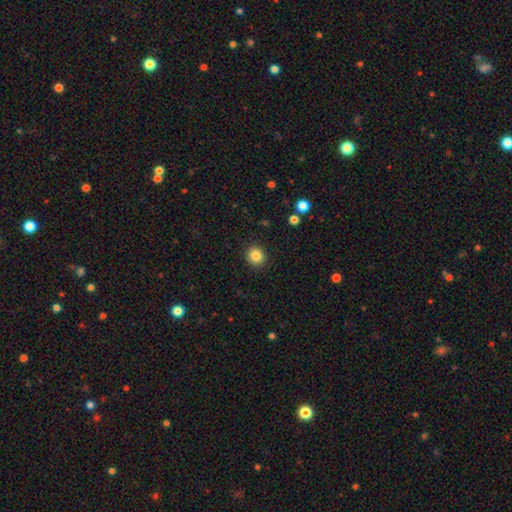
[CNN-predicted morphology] Smooth or featured?
  - smooth: 85% *
  - star or artifact: 10%
  - featured or disk: 5%
How rounded?
  - round: 89% *
  - in between: 10%
  - cigar-shaped: 1%
Merging?
  - none: 91% *
  - minor disturbance: 5%
  - major disturbance: 2%
  - merger: 1%